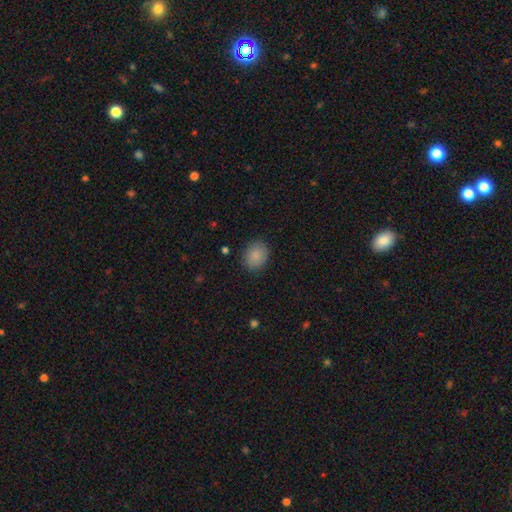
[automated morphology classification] The model was most divided on "how rounded": round: 51%, in between: 49%, cigar-shaped: 1%. More confident: smooth or featured — smooth (87%); merging — none (86%).